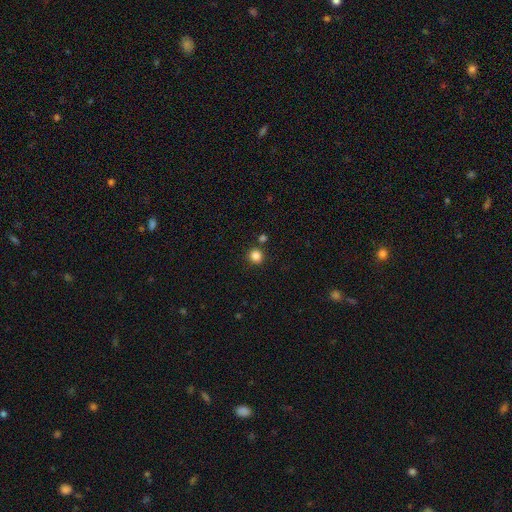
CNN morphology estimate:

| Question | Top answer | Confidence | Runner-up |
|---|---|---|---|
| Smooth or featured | smooth | 84% | star or artifact (12%) |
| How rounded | round | 91% | in between (8%) |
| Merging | none | 85% | minor disturbance (7%) |